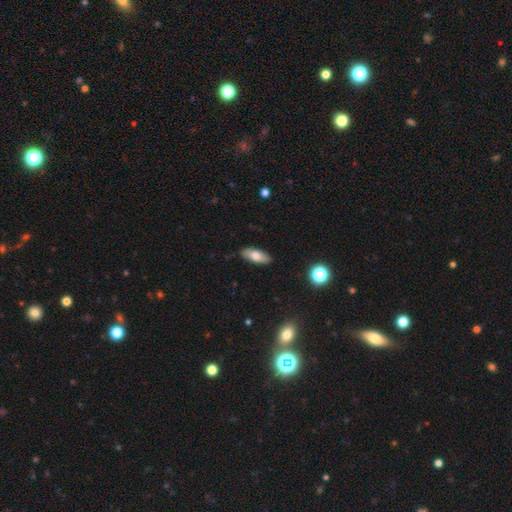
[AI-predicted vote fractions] smooth-or-featured: smooth: 73% | featured or disk: 20% | star or artifact: 7%
  how-rounded: in between: 82% | cigar-shaped: 16% | round: 3%
  merging: none: 87% | minor disturbance: 10% | major disturbance: 2% | merger: 1%